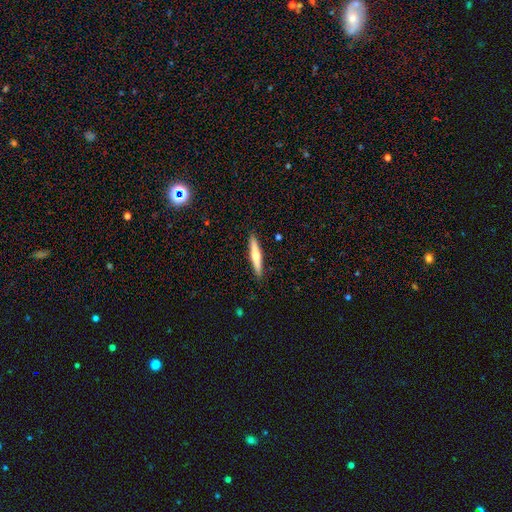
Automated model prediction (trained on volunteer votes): A smooth galaxy with no disk features (48%).

Vote fractions:
- Smooth or featured? smooth: 48% / featured or disk: 47% / star or artifact: 5%
- Merging? none: 91% / minor disturbance: 7% / major disturbance: 1% / merger: 1%